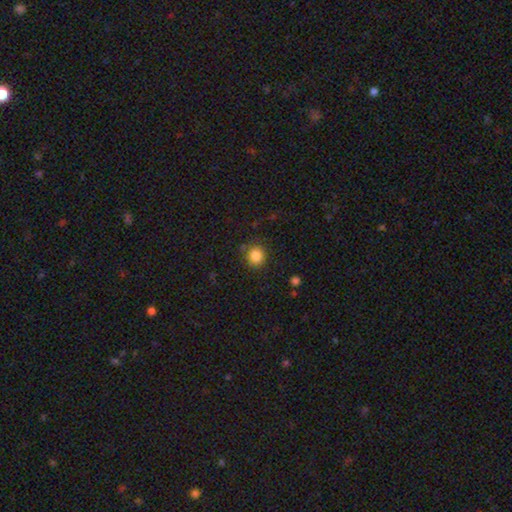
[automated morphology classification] Smooth or featured: smooth — 85% (star or artifact — 11%)
How rounded: round — 86% (in between — 14%)
Merging: none — 85% (minor disturbance — 10%)